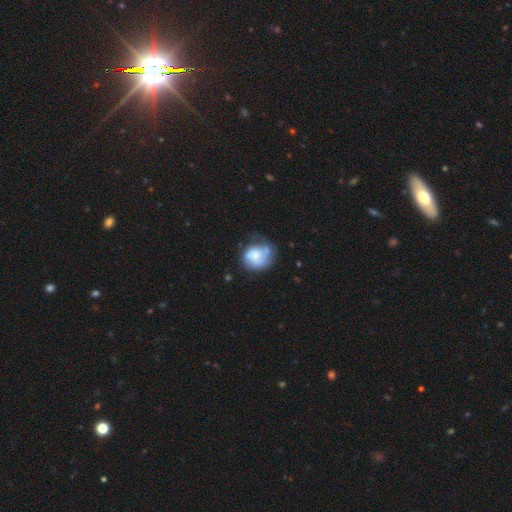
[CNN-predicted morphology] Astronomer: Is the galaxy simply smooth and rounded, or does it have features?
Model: featured or disk — 46%, tied with smooth at 46%.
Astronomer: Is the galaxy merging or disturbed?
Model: none — 43% (runner-up: minor disturbance, 29%).